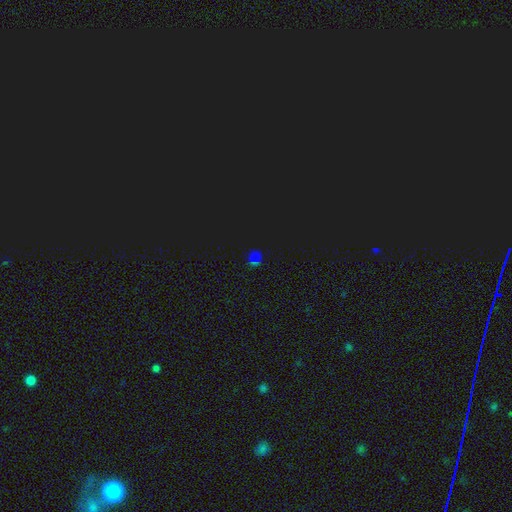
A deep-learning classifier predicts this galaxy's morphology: Overall: star or artifact (62%; smooth 30%).